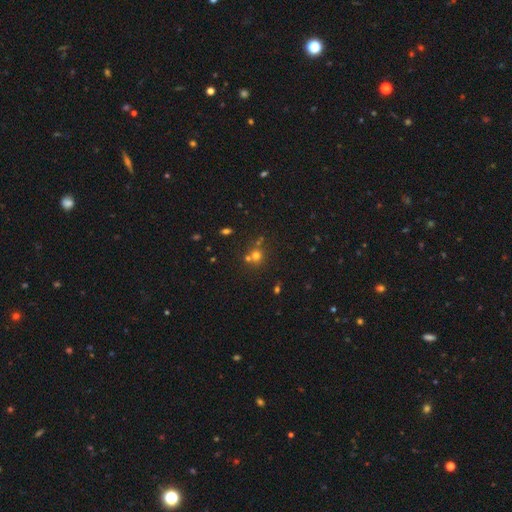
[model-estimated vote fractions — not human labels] Smooth or featured: smooth — 63% (star or artifact — 24%)
How rounded: round — 87% (in between — 12%)
Merging: none — 57% (merger — 32%)